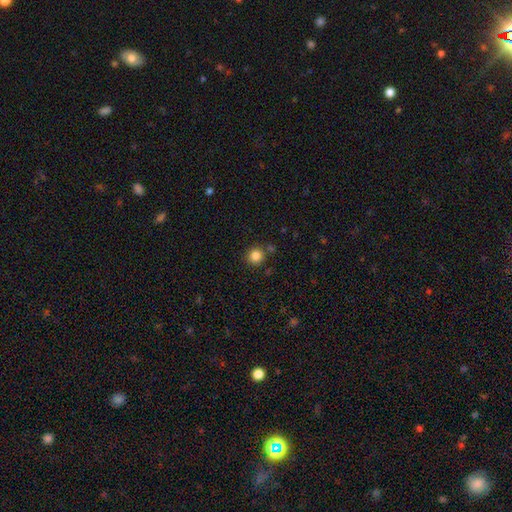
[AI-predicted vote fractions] This appears to be a smooth galaxy with no disk features (84%) that is round (93%). Merging: none (82%).